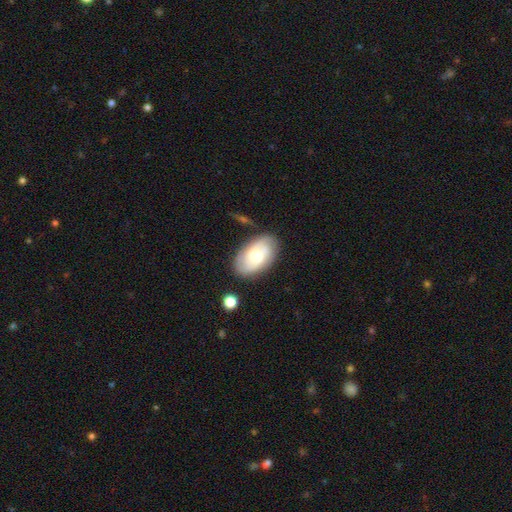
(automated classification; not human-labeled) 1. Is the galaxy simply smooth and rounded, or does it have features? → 49% smooth, 44% featured or disk, 7% star or artifact.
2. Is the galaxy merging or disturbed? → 78% none, 15% minor disturbance, 4% major disturbance, 3% merger.